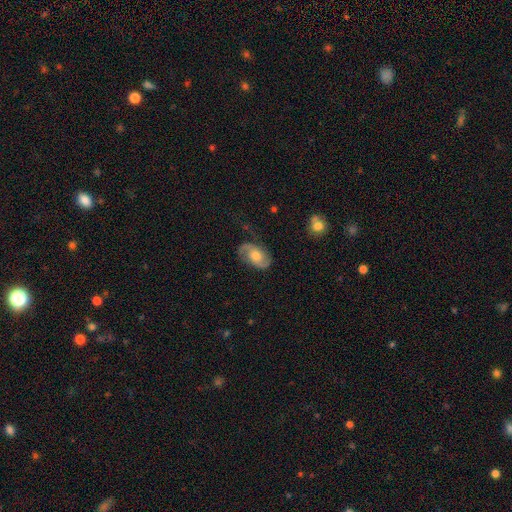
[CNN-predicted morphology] smooth_or_featured: featured or disk (p=0.76) [alt: smooth p=0.18]
disk_edge_on: no (p=0.96) [alt: yes p=0.04]
bar: no (p=0.67) [alt: weak p=0.28]
has_spiral_arms: yes (p=0.93) [alt: no p=0.07]
spiral_winding: medium (p=0.48) [alt: loose p=0.29]
spiral_arm_count: 2 (p=0.89) [alt: can't tell p=0.05]
bulge_size: moderate (p=0.64) [alt: large p=0.16]
merging: none (p=0.74) [alt: minor disturbance p=0.17]